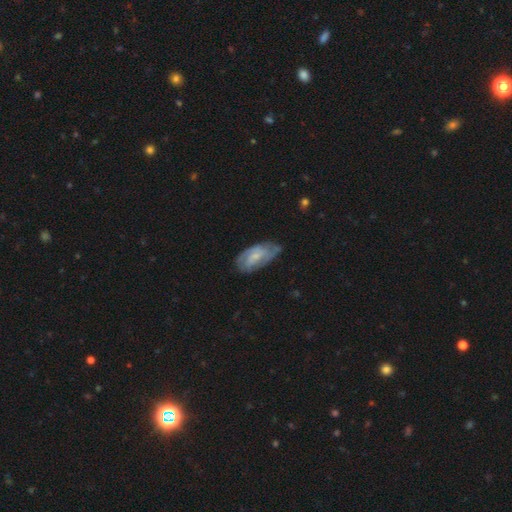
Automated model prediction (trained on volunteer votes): This appears to be a featured or disk galaxy (60%) with no bar (53%), spiral arms (81%) and a small central bulge (62%). Merging: none (58%).